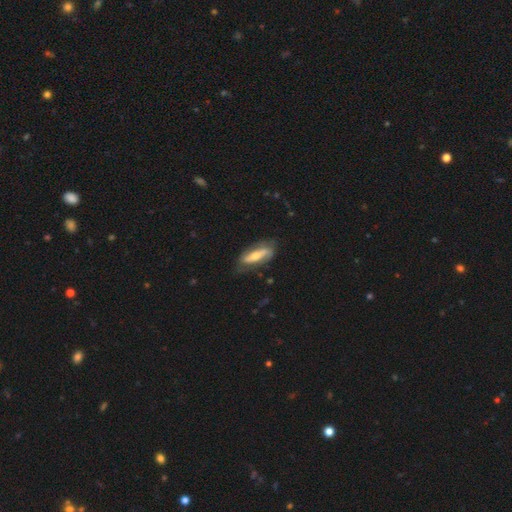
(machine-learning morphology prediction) A featured or disk galaxy (61%). Merging: none (71%).